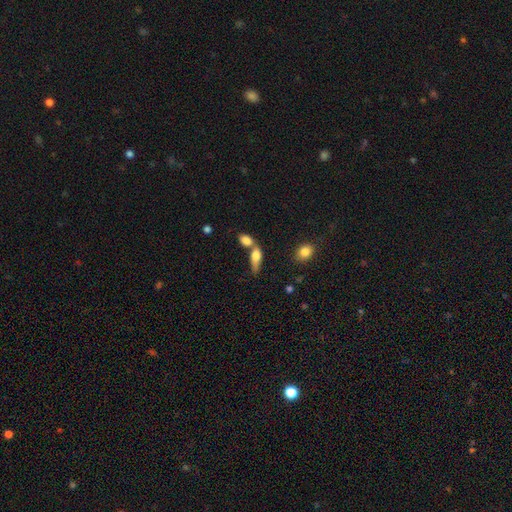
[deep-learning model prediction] This appears to be a smooth galaxy with no disk features (70%) that is in between round and cigar-shaped (68%). Merging: merger (54%).